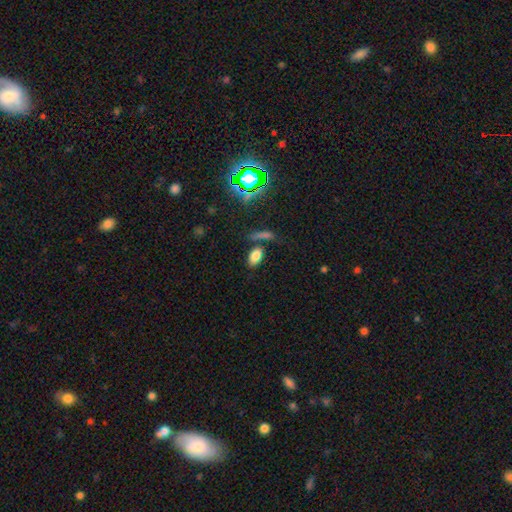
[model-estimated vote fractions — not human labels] smooth 79%, star or artifact 14%, featured or disk 8%. Down the decision tree: how rounded — in between (90%); merging — none (68%).